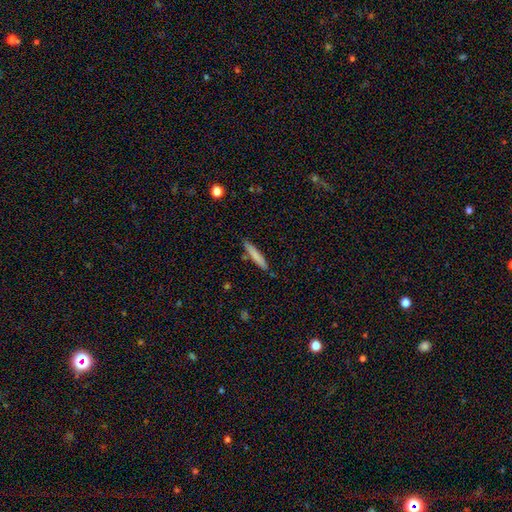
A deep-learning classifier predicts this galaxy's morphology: A smooth galaxy with no disk features (76%) that is cigar-shaped (93%).

Vote fractions:
- Smooth or featured? smooth: 76% / featured or disk: 18% / star or artifact: 6%
- How rounded? cigar-shaped: 93% / in between: 5% / round: 1%
- Merging? none: 86% / minor disturbance: 9% / merger: 3% / major disturbance: 2%